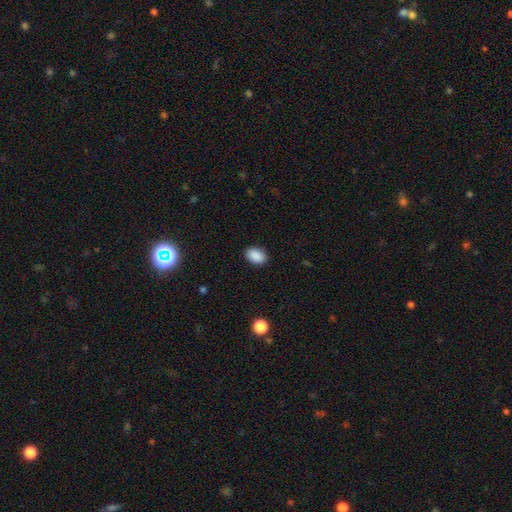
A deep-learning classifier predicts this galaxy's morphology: smooth-or-featured: smooth: 89% | star or artifact: 8% | featured or disk: 3%
  how-rounded: in between: 83% | round: 16% | cigar-shaped: 1%
  merging: none: 89% | minor disturbance: 8% | major disturbance: 2% | merger: 1%